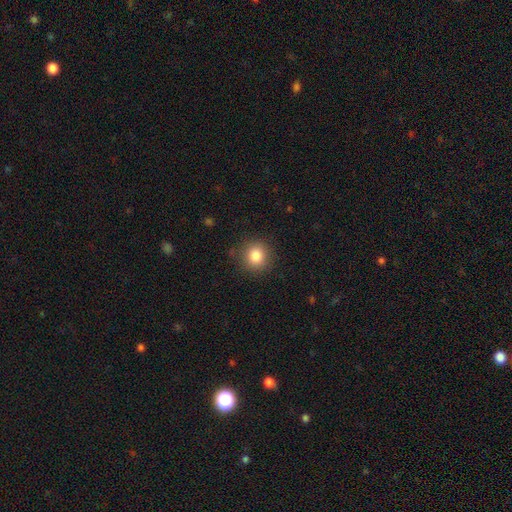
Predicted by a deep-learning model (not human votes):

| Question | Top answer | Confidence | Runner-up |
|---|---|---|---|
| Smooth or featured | smooth | 84% | star or artifact (10%) |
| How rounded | round | 90% | in between (9%) |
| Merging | none | 88% | minor disturbance (8%) |